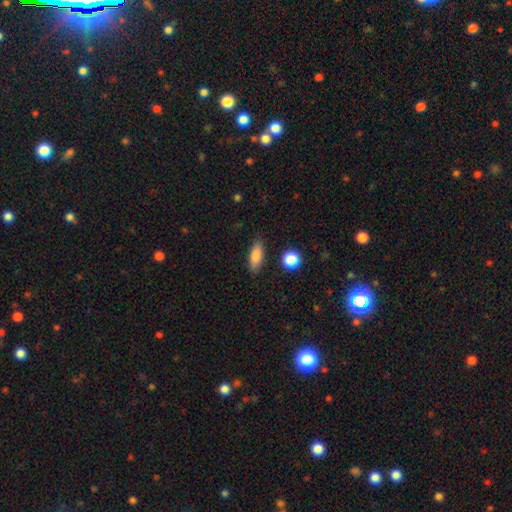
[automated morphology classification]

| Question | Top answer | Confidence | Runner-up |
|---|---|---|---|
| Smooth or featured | smooth | 82% | featured or disk (9%) |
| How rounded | in between | 68% | cigar-shaped (27%) |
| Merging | none | 85% | minor disturbance (10%) |